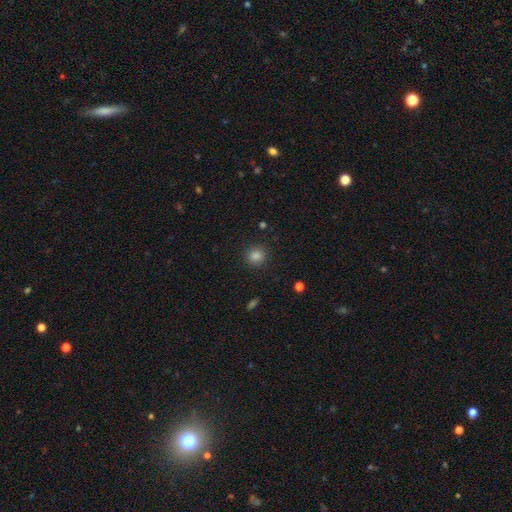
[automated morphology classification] smooth 83%, star or artifact 13%, featured or disk 4%. Down the decision tree: how rounded — round (90%); merging — none (91%).